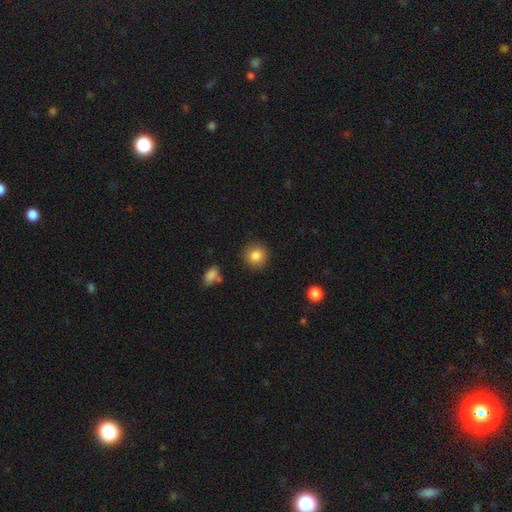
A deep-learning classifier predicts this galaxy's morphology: Smooth or featured: smooth — 85% (star or artifact — 9%)
How rounded: round — 91% (in between — 8%)
Merging: none — 89% (minor disturbance — 7%)